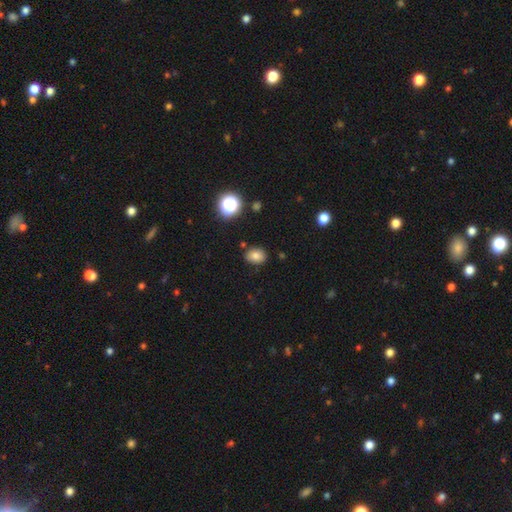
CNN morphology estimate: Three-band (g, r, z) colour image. It shows a smooth galaxy with no disk features (79%) that is in between round and cigar-shaped (61%). Merging: none (82%).